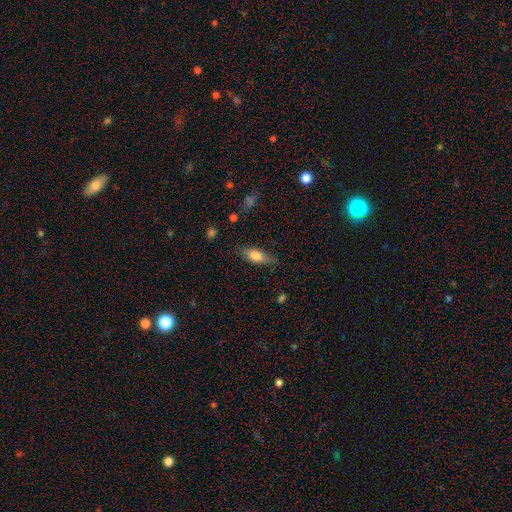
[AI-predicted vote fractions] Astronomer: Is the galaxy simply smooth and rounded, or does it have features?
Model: smooth — 74%.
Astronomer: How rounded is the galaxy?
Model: in between — 69%.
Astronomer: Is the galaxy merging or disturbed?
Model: none — 74%.